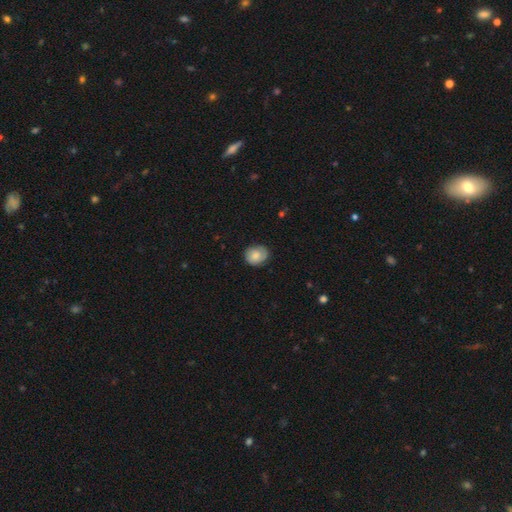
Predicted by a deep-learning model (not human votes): This is likely a smooth galaxy (65%). How rounded: likely round (68%). Merging: likely none (76%).